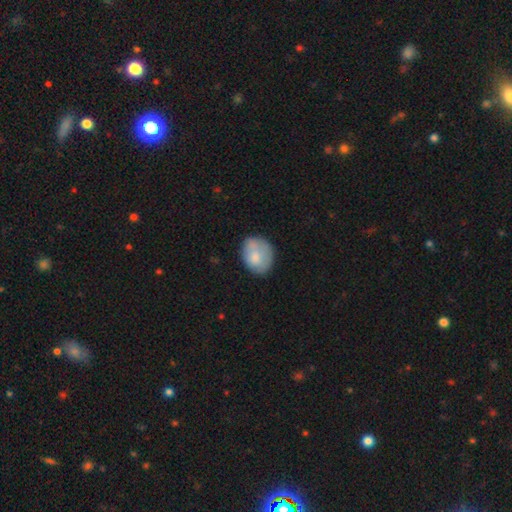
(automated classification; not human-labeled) Q: Smooth or featured?
A: smooth (75%); runner-up: featured or disk (18%)
Q: How rounded?
A: in between (56%); runner-up: round (43%)
Q: Merging?
A: none (60%); runner-up: minor disturbance (27%)